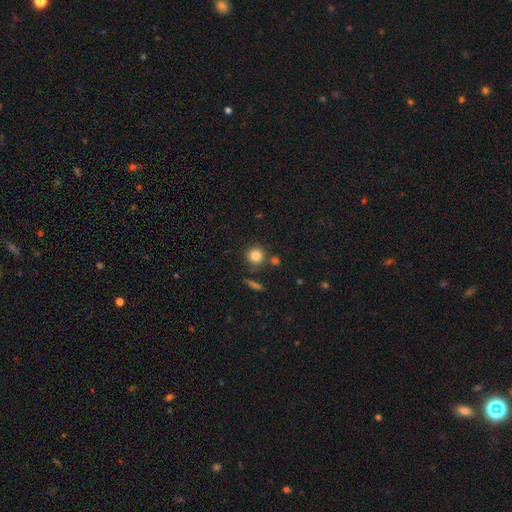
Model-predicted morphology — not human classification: Smooth or featured? smooth (82%)
How rounded? round (92%)
Merging? none (78%)